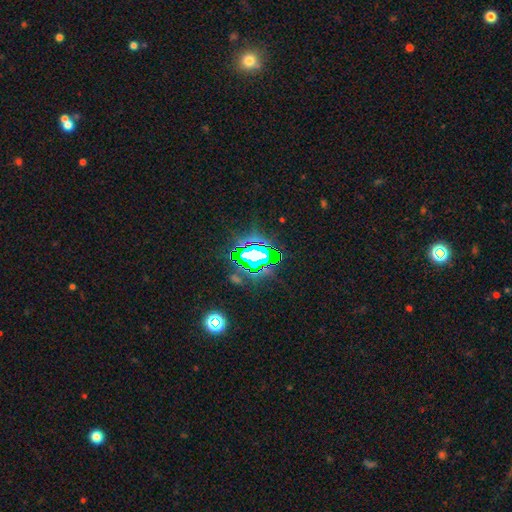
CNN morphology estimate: A star or artifact, not a galaxy (74%).

Vote fractions:
- Smooth or featured? star or artifact: 74% / smooth: 13% / featured or disk: 13%